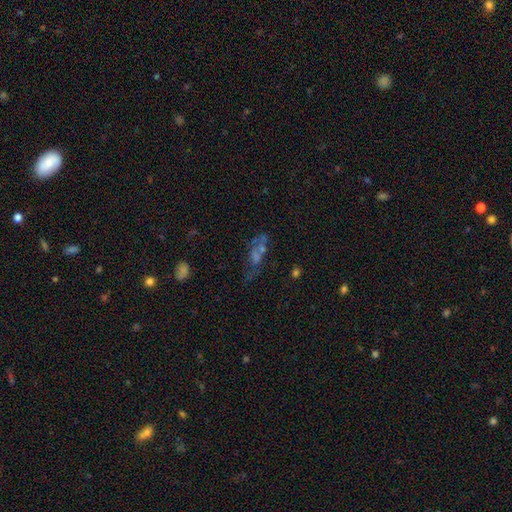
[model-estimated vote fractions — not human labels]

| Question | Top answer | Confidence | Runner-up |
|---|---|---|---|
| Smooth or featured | featured or disk | 40% | smooth (30%) |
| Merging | none | 44% | major disturbance (20%) |